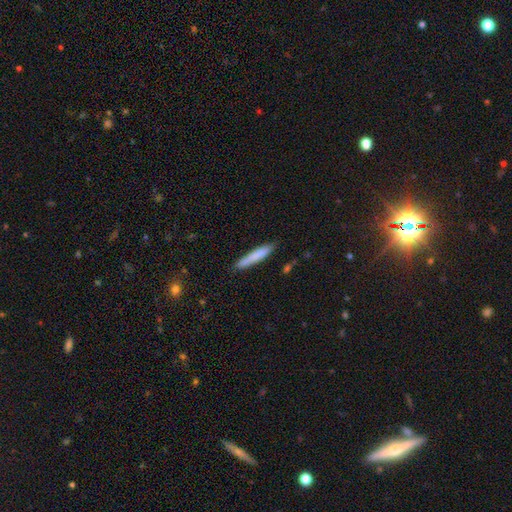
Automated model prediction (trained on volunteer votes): Overall: smooth (78%). How rounded: cigar-shaped (93%). Merging: none (86%).